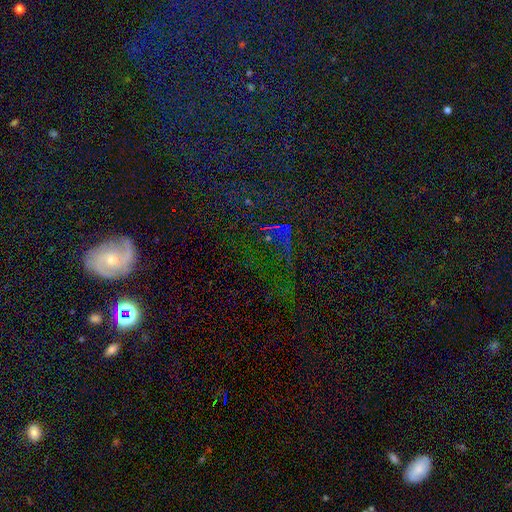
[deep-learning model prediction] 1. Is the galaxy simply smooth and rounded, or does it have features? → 60% star or artifact, 21% featured or disk, 20% smooth.